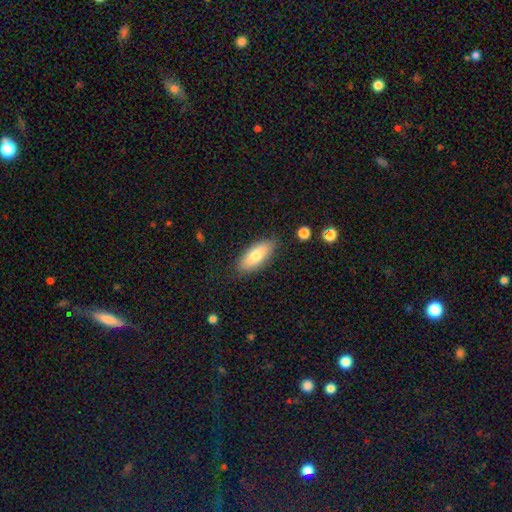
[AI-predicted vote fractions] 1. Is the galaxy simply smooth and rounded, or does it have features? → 75% smooth, 18% featured or disk, 6% star or artifact.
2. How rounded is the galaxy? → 78% in between, 20% cigar-shaped, 2% round.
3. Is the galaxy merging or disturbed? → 85% none, 11% minor disturbance, 2% major disturbance, 2% merger.